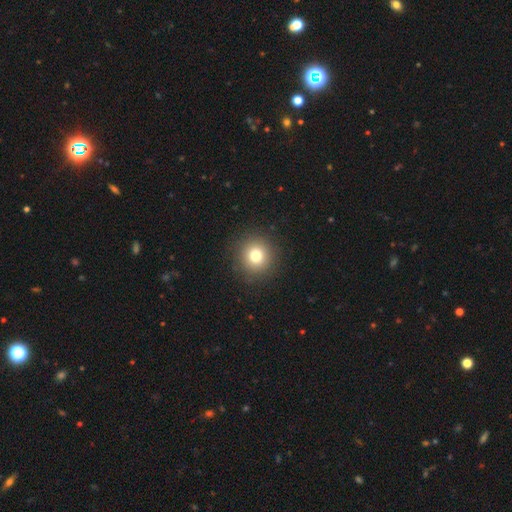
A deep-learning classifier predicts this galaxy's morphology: smooth_or_featured: smooth (p=0.77) [alt: star or artifact p=0.13]
how_rounded: round (p=0.94) [alt: in between p=0.05]
merging: none (p=0.91) [alt: minor disturbance p=0.05]